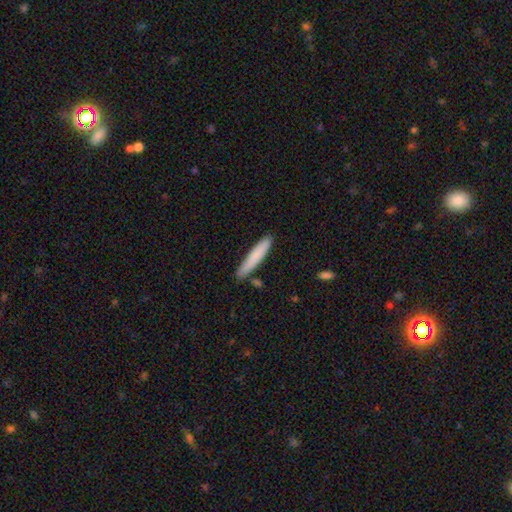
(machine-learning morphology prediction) smooth_or_featured: smooth (p=0.79) [alt: featured or disk p=0.15]
how_rounded: cigar-shaped (p=0.92) [alt: in between p=0.07]
merging: none (p=0.82) [alt: minor disturbance p=0.12]